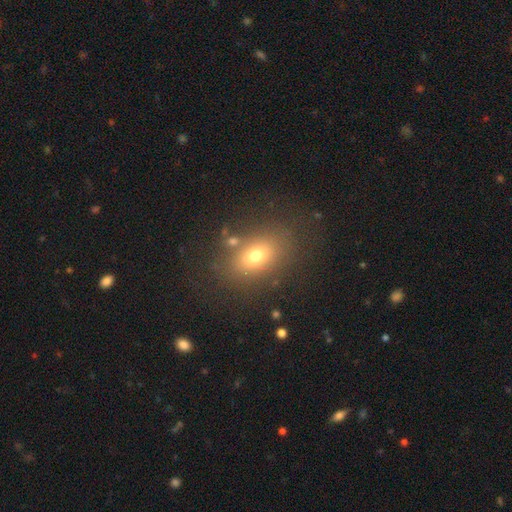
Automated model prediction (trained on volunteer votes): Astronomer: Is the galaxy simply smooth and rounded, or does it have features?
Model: smooth — 70%.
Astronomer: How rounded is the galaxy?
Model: in between — 78%.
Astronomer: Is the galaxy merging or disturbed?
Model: none — 77%.